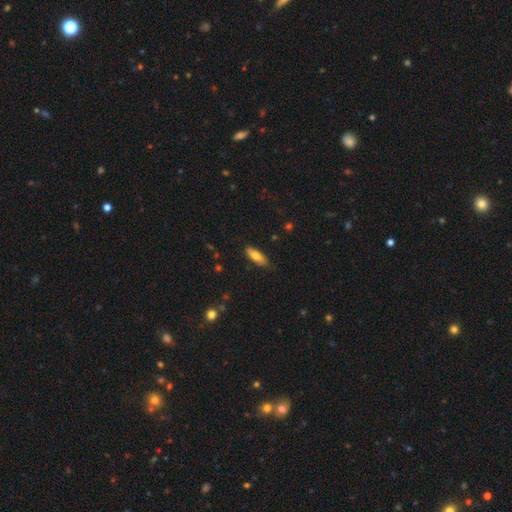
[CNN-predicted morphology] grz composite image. It shows a smooth galaxy with no disk features (77%) that is in between round and cigar-shaped (67%). Merging: none (79%).